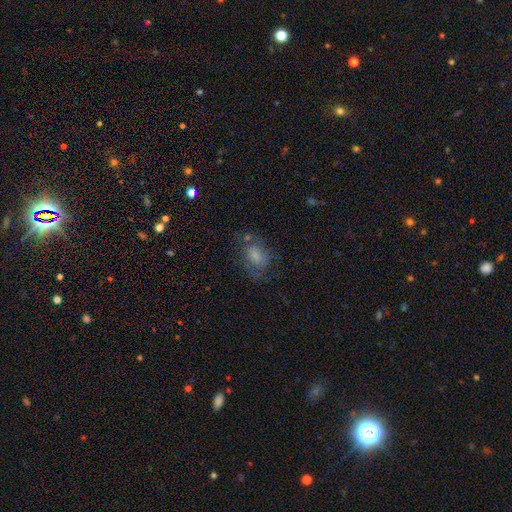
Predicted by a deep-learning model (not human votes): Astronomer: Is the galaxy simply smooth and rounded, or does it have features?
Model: smooth — 64%.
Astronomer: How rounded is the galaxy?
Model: in between — 80%.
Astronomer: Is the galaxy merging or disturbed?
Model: none — 50%.